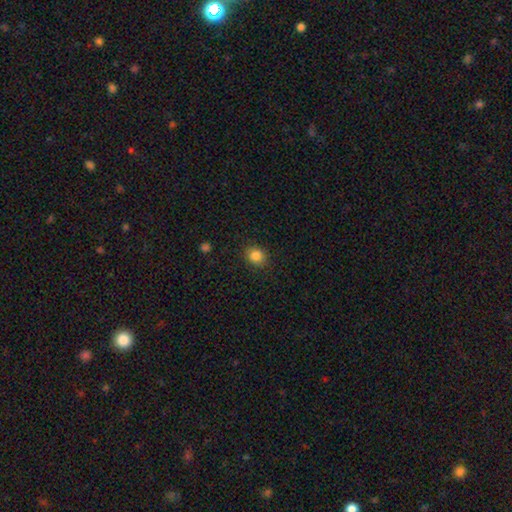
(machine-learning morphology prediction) smooth 85%, star or artifact 11%, featured or disk 5%. Down the decision tree: how rounded — round (76%); merging — none (88%).